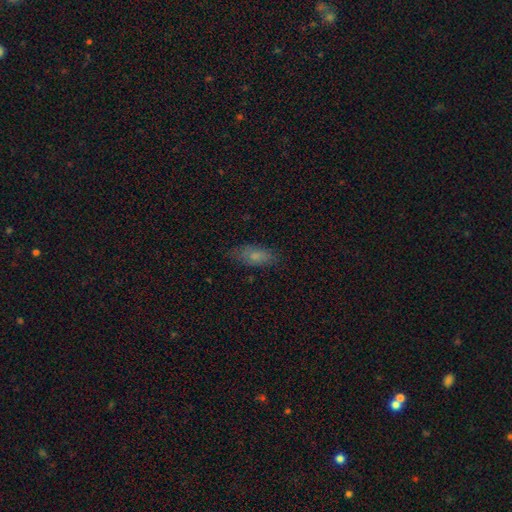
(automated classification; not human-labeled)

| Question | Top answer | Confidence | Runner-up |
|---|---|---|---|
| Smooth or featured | smooth | 75% | featured or disk (16%) |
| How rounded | in between | 75% | cigar-shaped (22%) |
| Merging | none | 77% | minor disturbance (18%) |